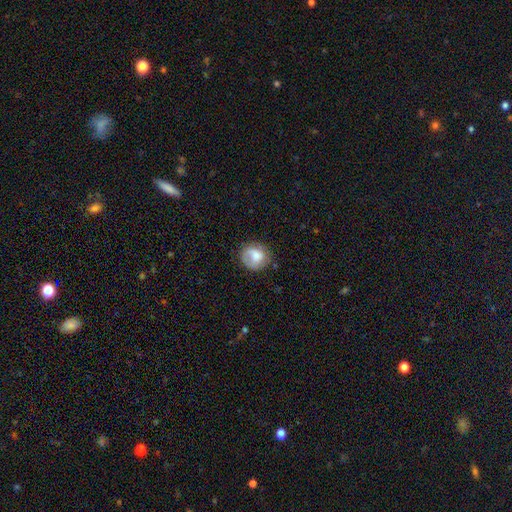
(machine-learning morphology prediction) smooth-or-featured: smooth: 59% | featured or disk: 33% | star or artifact: 7%
  how-rounded: round: 78% | in between: 22% | cigar-shaped: 1%
  merging: none: 68% | minor disturbance: 21% | major disturbance: 9% | merger: 2%